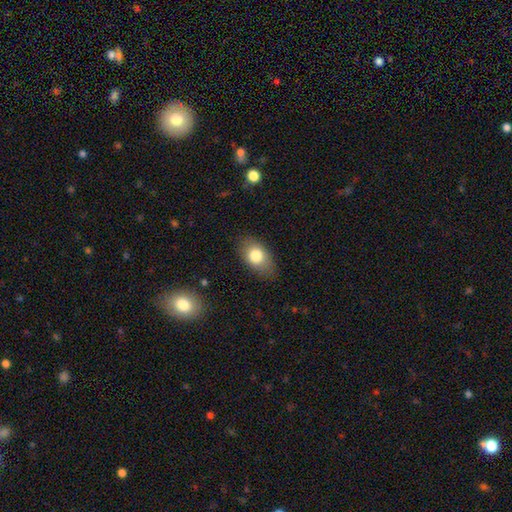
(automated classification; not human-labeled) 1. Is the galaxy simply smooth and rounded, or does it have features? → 78% smooth, 14% featured or disk, 8% star or artifact.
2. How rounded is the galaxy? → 86% in between, 12% round, 2% cigar-shaped.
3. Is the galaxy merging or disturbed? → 81% none, 14% minor disturbance, 4% major disturbance, 1% merger.